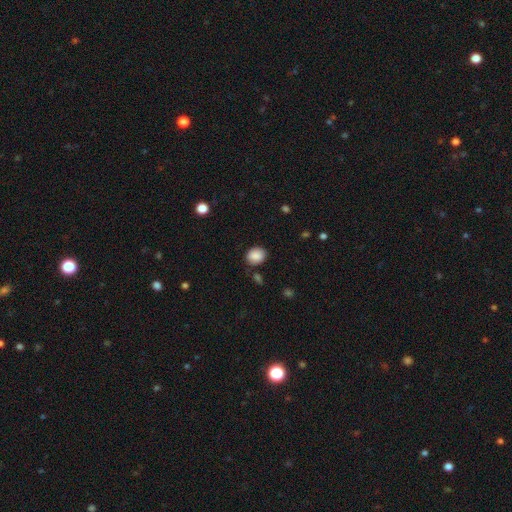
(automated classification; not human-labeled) smooth-or-featured: smooth: 88% | star or artifact: 8% | featured or disk: 4%
  how-rounded: round: 58% | in between: 41% | cigar-shaped: 1%
  merging: none: 80% | minor disturbance: 13% | merger: 4% | major disturbance: 3%